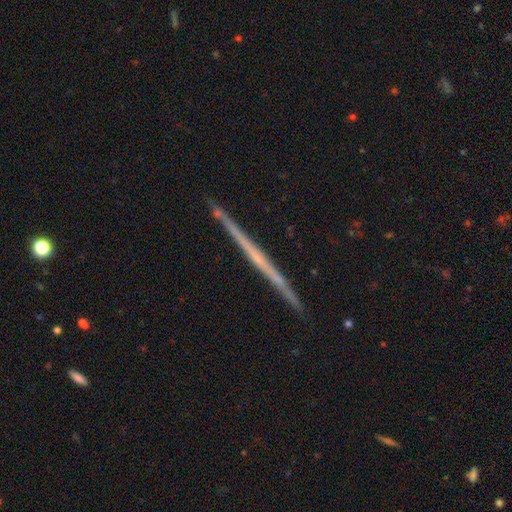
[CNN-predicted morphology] Smooth or featured?
  - featured or disk: 71% *
  - smooth: 23%
  - star or artifact: 6%
Edge-on disk?
  - yes: 98% *
  - no: 2%
Edge-on bulge?
  - none: 85% *
  - rounded: 11%
  - boxy: 4%
Merging?
  - none: 91% *
  - minor disturbance: 7%
  - merger: 1%
  - major disturbance: 1%